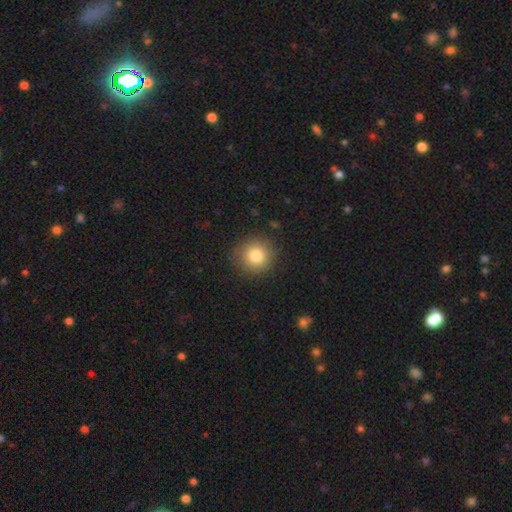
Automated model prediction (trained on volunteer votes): smooth 82%, star or artifact 11%, featured or disk 7%. Down the decision tree: how rounded — round (93%); merging — none (89%).